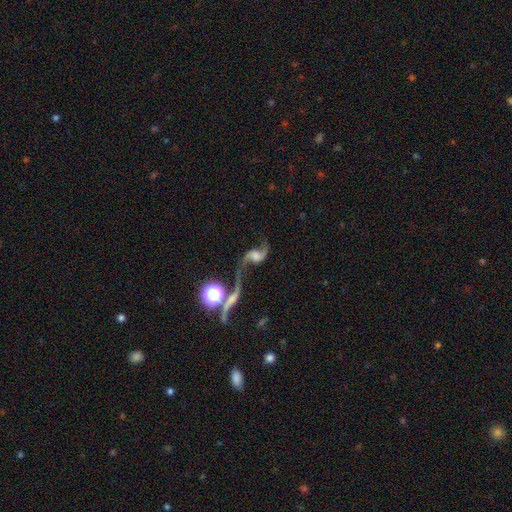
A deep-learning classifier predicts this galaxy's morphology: This appears to be a featured or disk galaxy (83%) with no bar (50%), 2 (92%) loose (87%) spiral arms (96%) and a moderate central bulge (30%). Merging: none (49%).